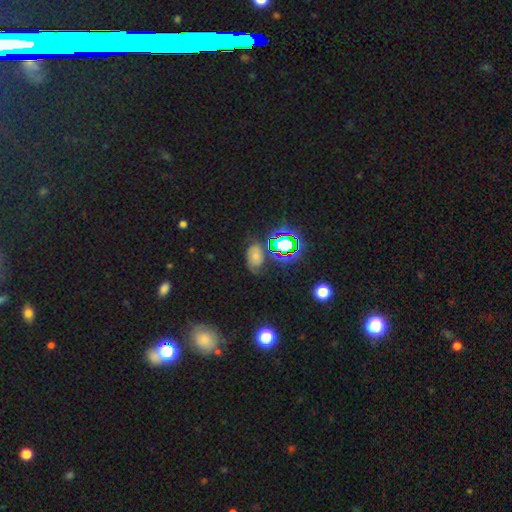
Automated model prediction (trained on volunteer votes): A smooth galaxy with no disk features (38%).

Vote fractions:
- Smooth or featured? smooth: 38% / star or artifact: 33% / featured or disk: 30%
- Merging? none: 62% / minor disturbance: 24% / major disturbance: 10% / merger: 5%